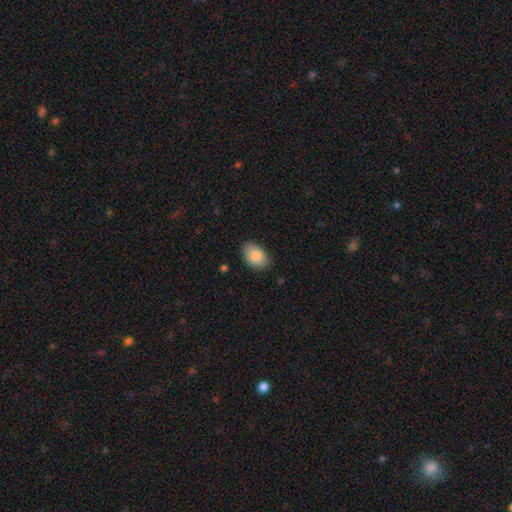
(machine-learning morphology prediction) Smooth or featured? Predicted: smooth (p=0.86). How rounded? Predicted: in between (p=0.88). Merging? Predicted: none (p=0.81).